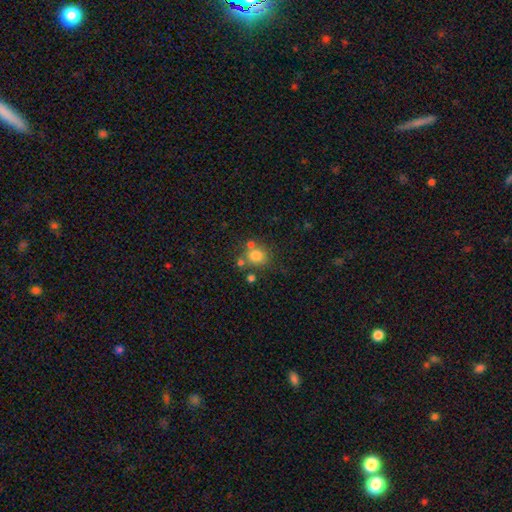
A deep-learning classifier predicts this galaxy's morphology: A smooth galaxy with no disk features (77%) that is round (81%). Merging: none (63%).